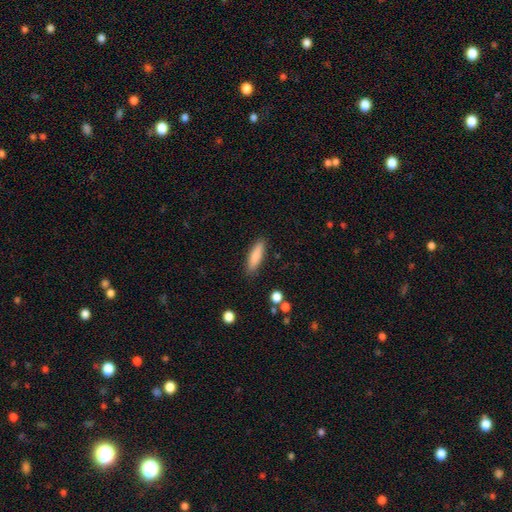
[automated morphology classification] This appears to be a smooth galaxy with no disk features (83%) that is cigar-shaped (67%). Merging: none (88%).